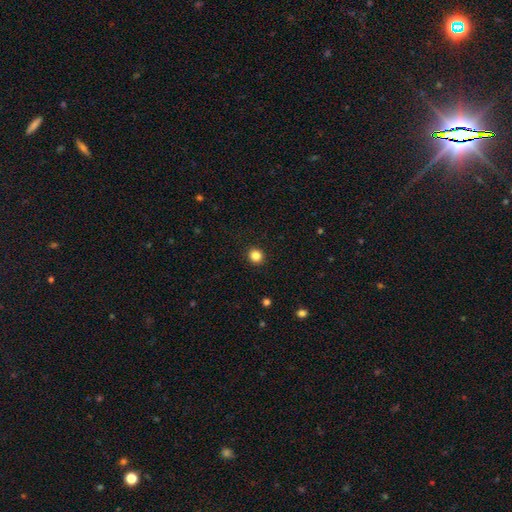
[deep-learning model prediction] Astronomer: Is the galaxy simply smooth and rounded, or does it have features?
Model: smooth — 85%.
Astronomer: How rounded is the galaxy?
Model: round — 91%.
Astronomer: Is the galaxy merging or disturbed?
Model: none — 93%.